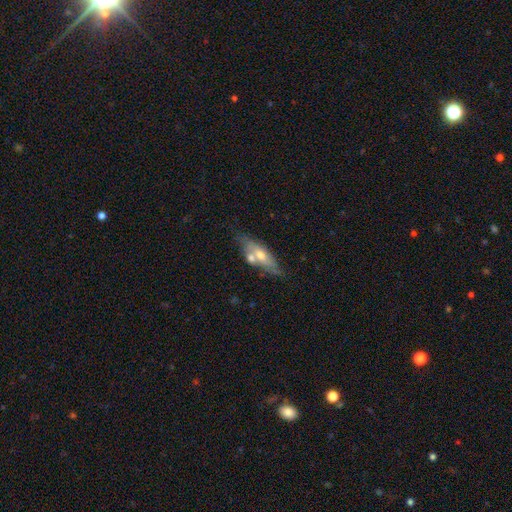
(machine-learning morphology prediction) A featured or disk galaxy (53%) viewed edge-on (65%). Merging: none (63%).